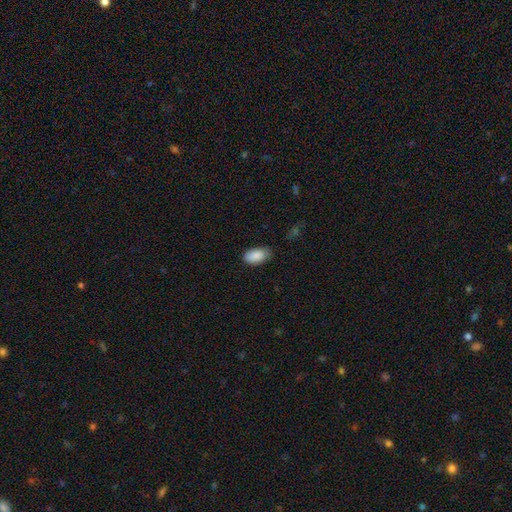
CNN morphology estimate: Overall: smooth (89%). How rounded: in between (94%). Merging: none (73%).